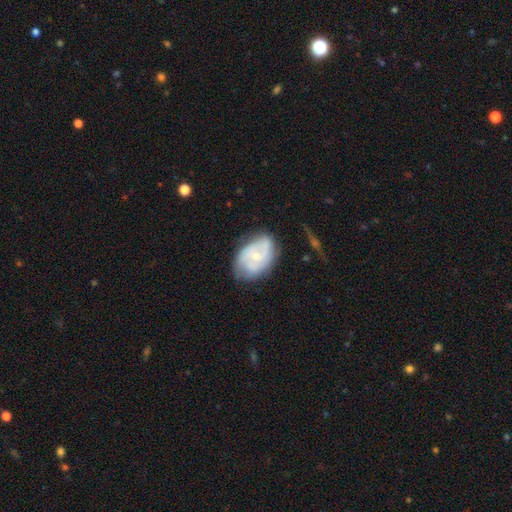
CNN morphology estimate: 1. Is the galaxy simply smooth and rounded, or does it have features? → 66% featured or disk, 27% smooth, 7% star or artifact.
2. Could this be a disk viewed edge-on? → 96% no, 4% yes.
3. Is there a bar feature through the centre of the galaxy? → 67% no, 28% weak, 5% strong.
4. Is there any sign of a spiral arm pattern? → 82% yes, 18% no.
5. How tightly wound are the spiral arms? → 42% medium, 38% tight, 20% loose.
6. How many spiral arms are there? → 39% 2, 31% can't tell, 19% 3, 4% 4, 4% 1, 3% more than 4.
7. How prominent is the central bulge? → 64% small, 31% moderate, 3% none, 1% large, 1% dominant.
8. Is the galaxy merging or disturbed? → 62% none, 26% minor disturbance, 9% major disturbance, 2% merger.